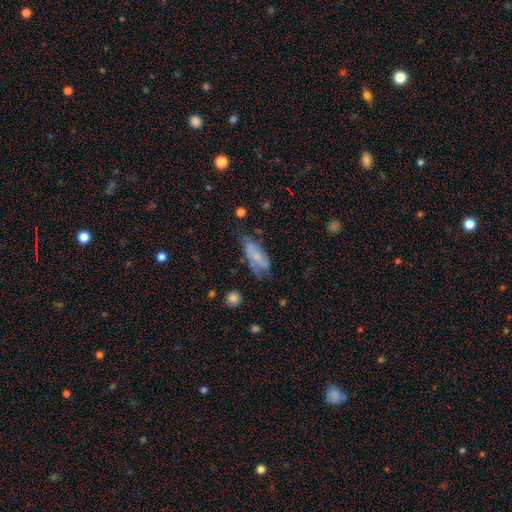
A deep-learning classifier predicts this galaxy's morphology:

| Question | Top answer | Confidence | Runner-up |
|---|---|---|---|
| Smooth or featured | smooth | 47% | featured or disk (45%) |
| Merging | none | 46% | minor disturbance (33%) |